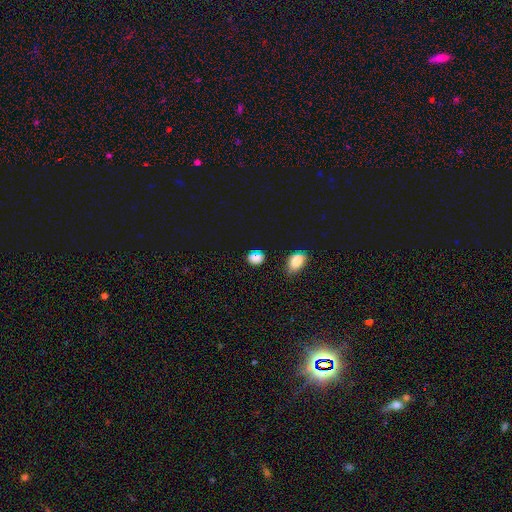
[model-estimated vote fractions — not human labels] The model was most divided on "how rounded": round: 61%, in between: 36%, cigar-shaped: 3%. More confident: merging — none (82%); smooth or featured — smooth (59%).